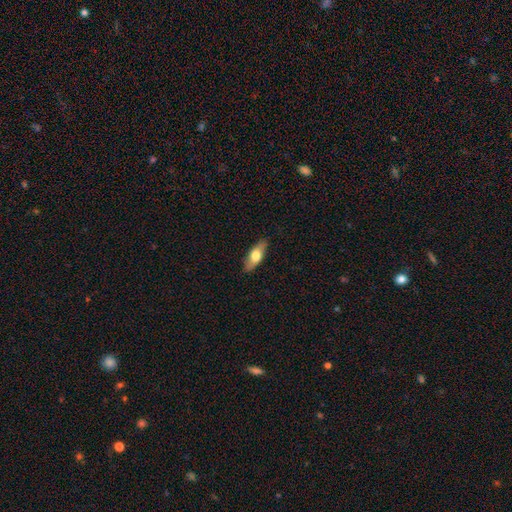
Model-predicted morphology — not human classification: smooth_or_featured: smooth (p=0.65) [alt: featured or disk p=0.30]
how_rounded: in between (p=0.68) [alt: cigar-shaped p=0.29]
merging: none (p=0.87) [alt: minor disturbance p=0.10]